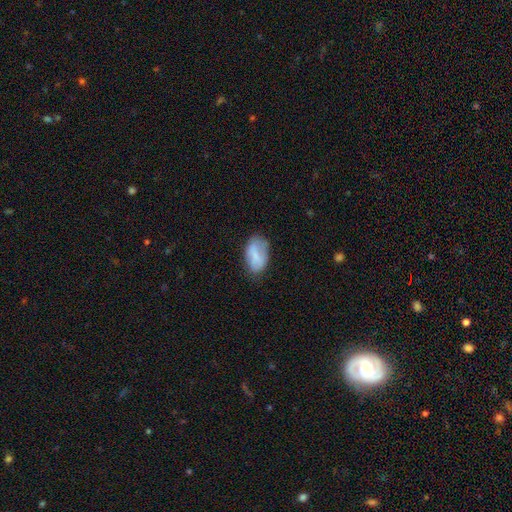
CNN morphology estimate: The model was most divided on "merging": none: 64%, minor disturbance: 26%, major disturbance: 8%, merger: 2%. More confident: how rounded — in between (92%); smooth or featured — smooth (72%).